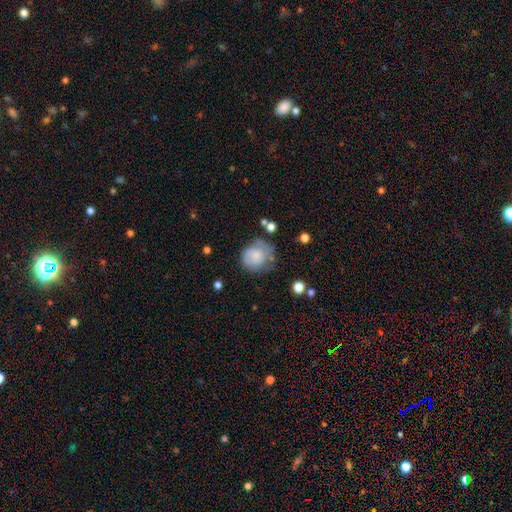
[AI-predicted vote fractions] Smooth or featured? smooth (66%)
How rounded? round (80%)
Merging? none (51%)